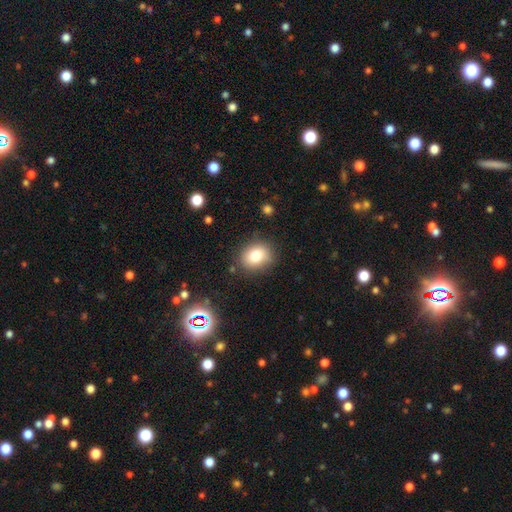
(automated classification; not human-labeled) This appears to be a smooth galaxy with no disk features (78%) that is round (62%). Merging: none (83%).